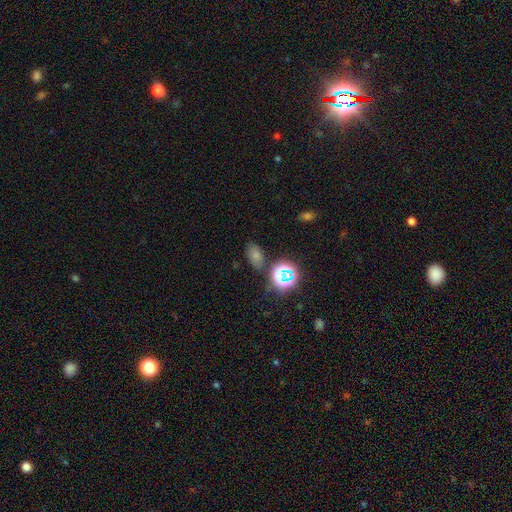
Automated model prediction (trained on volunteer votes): Overall: smooth (66%). How rounded: in between (86%). Merging: none (75%).